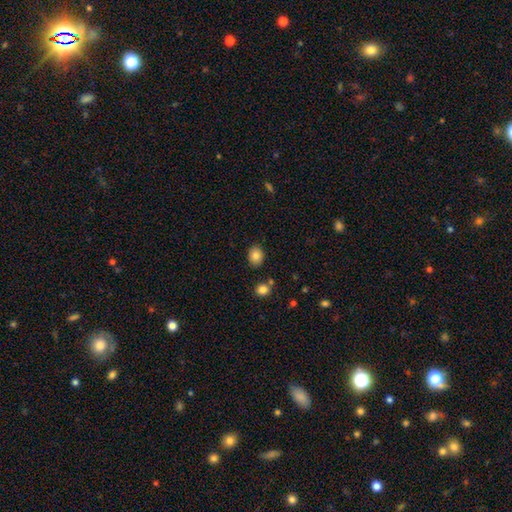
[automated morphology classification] This is clearly a smooth galaxy (83%). How rounded: possibly in between (50%). Merging: clearly none (84%).